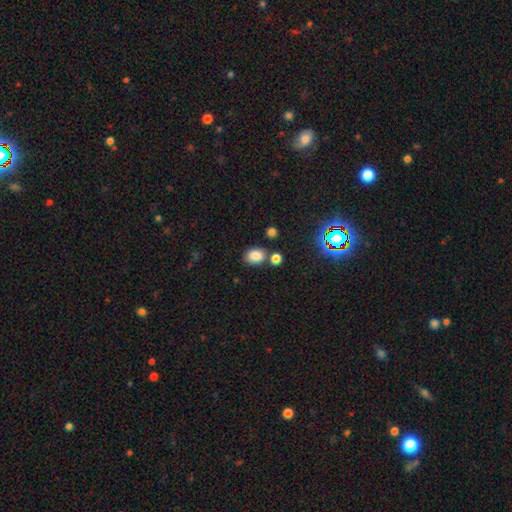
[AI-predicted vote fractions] Morphology: type=smooth (82%); roundness=in between (66%); merging=none (68%).